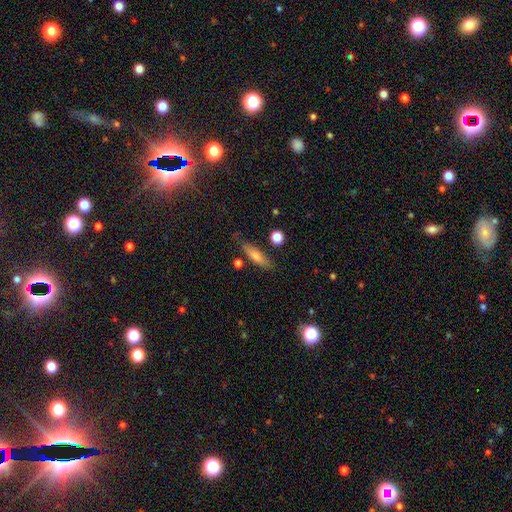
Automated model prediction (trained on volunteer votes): Smooth or featured: smooth — 65% (featured or disk — 26%)
How rounded: cigar-shaped — 65% (in between — 32%)
Merging: none — 79% (minor disturbance — 14%)